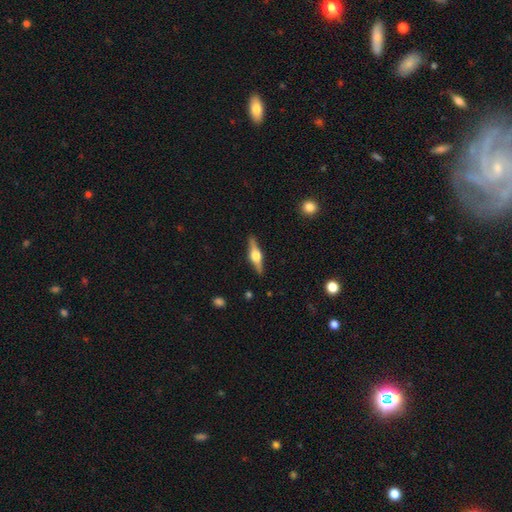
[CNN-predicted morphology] This appears to be a featured or disk galaxy (74%) viewed edge-on (97%) with a rounded central bulge (93%). Merging: none (89%).